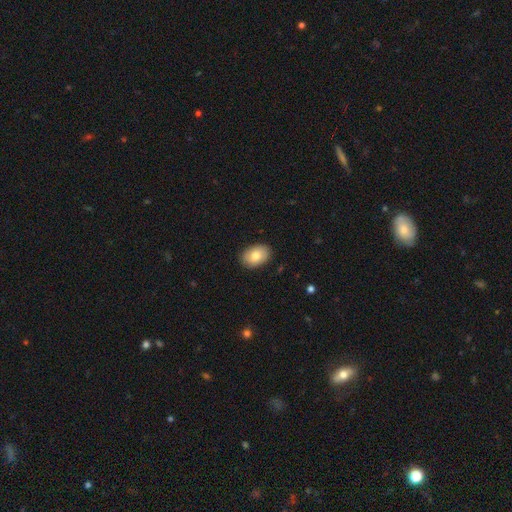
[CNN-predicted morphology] smooth_or_featured: smooth (p=0.83) [alt: featured or disk p=0.11]
how_rounded: in between (p=0.86) [alt: round p=0.13]
merging: none (p=0.88) [alt: minor disturbance p=0.09]